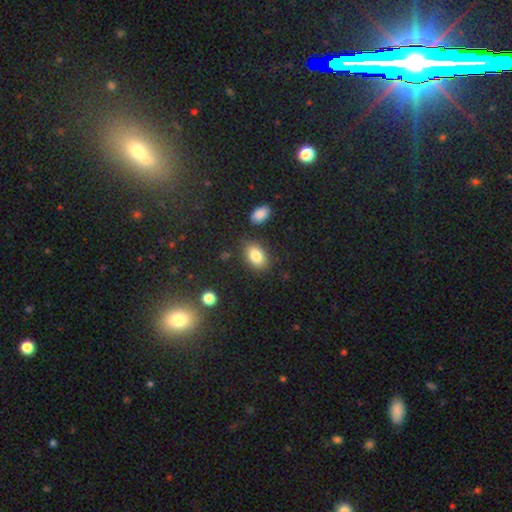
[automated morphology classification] Q: Smooth or featured?
A: smooth (84%); runner-up: star or artifact (8%)
Q: How rounded?
A: in between (86%); runner-up: round (12%)
Q: Merging?
A: none (81%); runner-up: minor disturbance (12%)